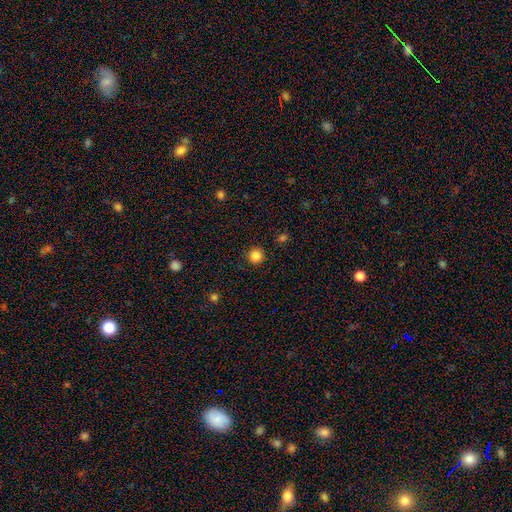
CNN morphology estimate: The model was most divided on "smooth or featured": smooth: 85%, star or artifact: 11%, featured or disk: 4%. More confident: how rounded — round (95%); merging — none (92%).